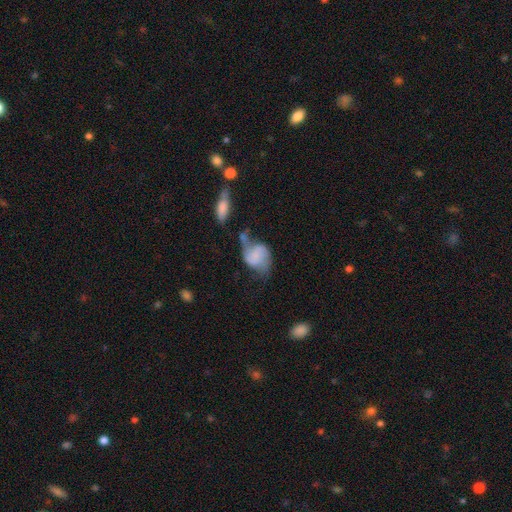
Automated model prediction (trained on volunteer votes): Overall: featured or disk (50%; smooth 42%). Merging: none (30%; major disturbance 24%).